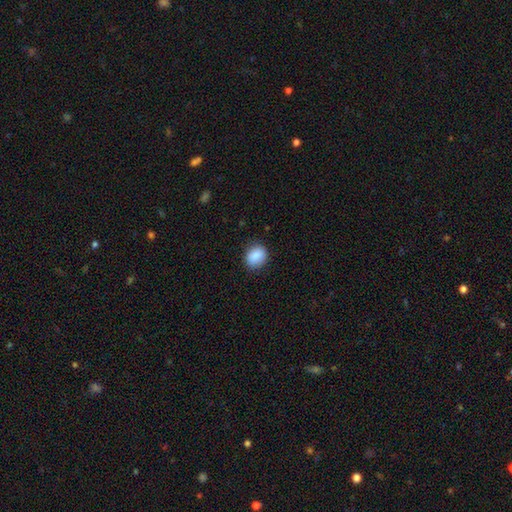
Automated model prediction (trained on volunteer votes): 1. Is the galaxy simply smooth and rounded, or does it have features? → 89% smooth, 8% star or artifact, 4% featured or disk.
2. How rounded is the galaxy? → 54% round, 45% in between, 1% cigar-shaped.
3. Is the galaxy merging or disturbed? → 85% none, 12% minor disturbance, 3% major disturbance, 1% merger.